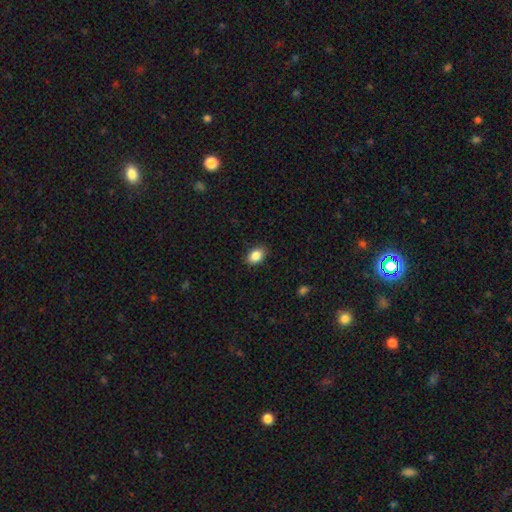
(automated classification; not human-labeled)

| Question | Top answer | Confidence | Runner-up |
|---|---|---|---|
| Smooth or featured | smooth | 87% | star or artifact (8%) |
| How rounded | in between | 84% | round (14%) |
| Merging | none | 88% | minor disturbance (9%) |